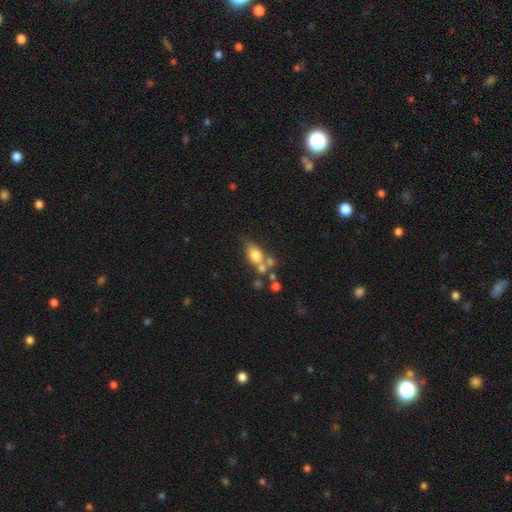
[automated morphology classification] Smooth or featured? Predicted: smooth (p=0.67). How rounded? Predicted: in between (p=0.62). Merging? Predicted: none (p=0.38).